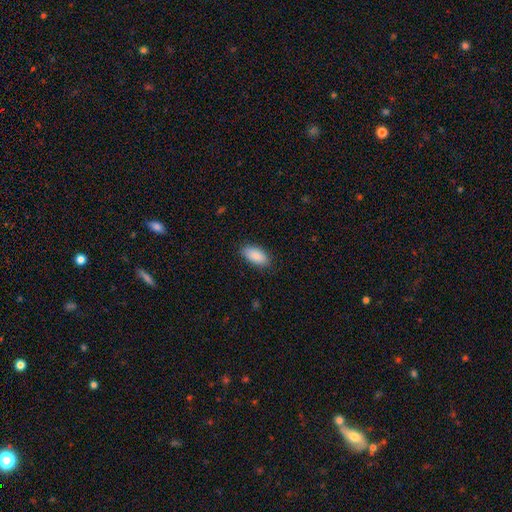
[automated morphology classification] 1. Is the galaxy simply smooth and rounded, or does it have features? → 89% smooth, 6% star or artifact, 5% featured or disk.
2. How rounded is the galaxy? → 92% in between, 6% cigar-shaped, 2% round.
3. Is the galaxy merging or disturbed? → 86% none, 10% minor disturbance, 2% major disturbance, 1% merger.